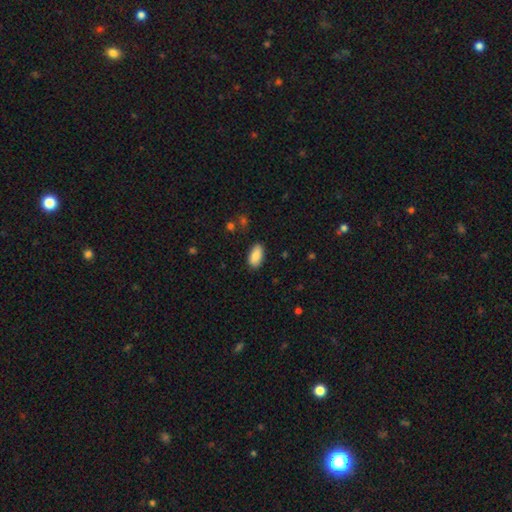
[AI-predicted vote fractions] Overall: smooth (86%). How rounded: in between (93%). Merging: none (86%).